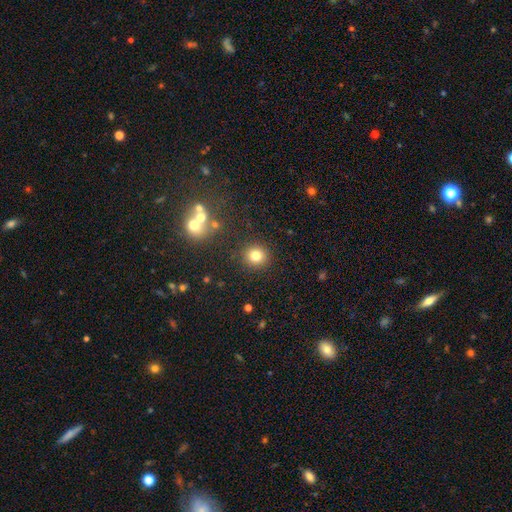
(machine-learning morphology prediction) A smooth galaxy with no disk features (79%) that is round (90%). Merging: none (87%).